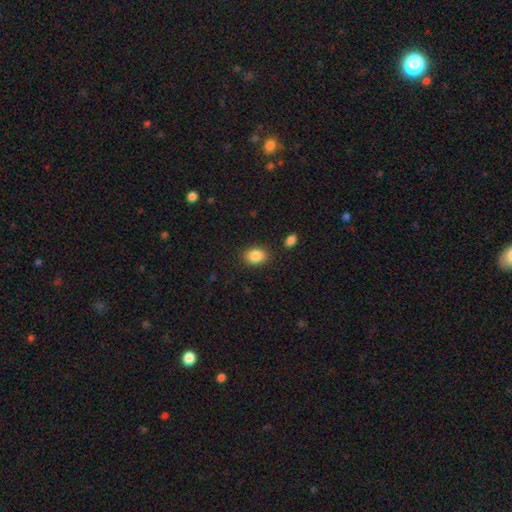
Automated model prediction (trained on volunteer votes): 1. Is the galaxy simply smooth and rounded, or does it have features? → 87% smooth, 8% star or artifact, 5% featured or disk.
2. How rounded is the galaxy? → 64% in between, 35% round, 1% cigar-shaped.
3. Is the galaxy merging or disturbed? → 86% none, 9% minor disturbance, 3% major disturbance, 2% merger.